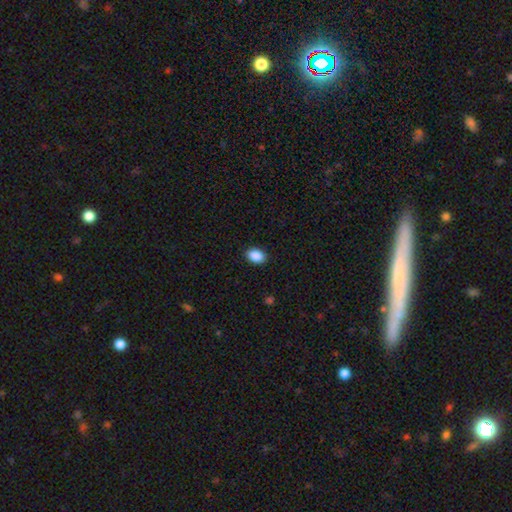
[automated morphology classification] The model was most divided on "how rounded": in between: 81%, round: 18%, cigar-shaped: 1%. More confident: smooth or featured — smooth (90%); merging — none (89%).